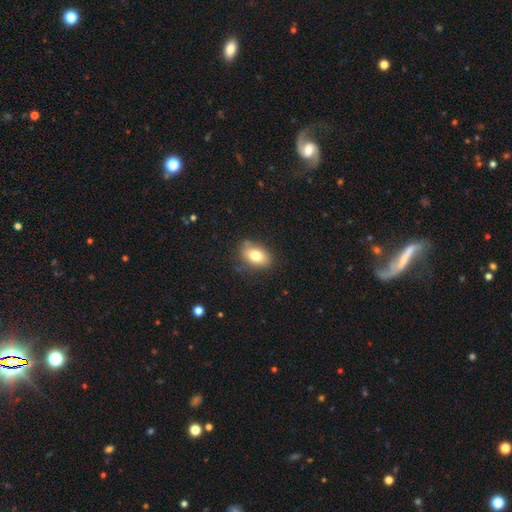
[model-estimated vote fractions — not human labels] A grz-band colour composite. It shows a smooth galaxy with no disk features (77%) that is in between round and cigar-shaped (85%). Merging: none (79%).